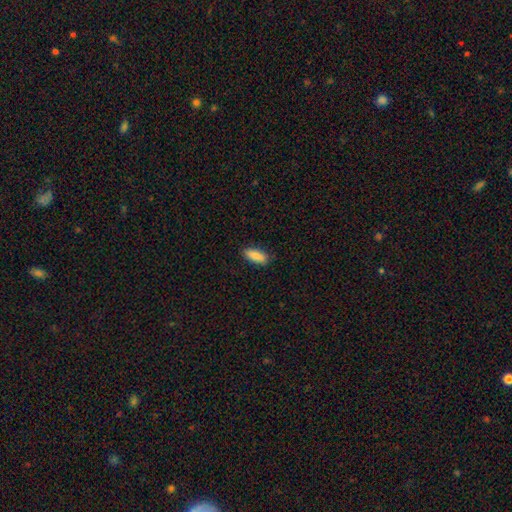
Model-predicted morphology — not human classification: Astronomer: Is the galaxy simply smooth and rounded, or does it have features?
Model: smooth — 87%.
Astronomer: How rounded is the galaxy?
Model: in between — 75%.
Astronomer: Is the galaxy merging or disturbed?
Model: none — 88%.